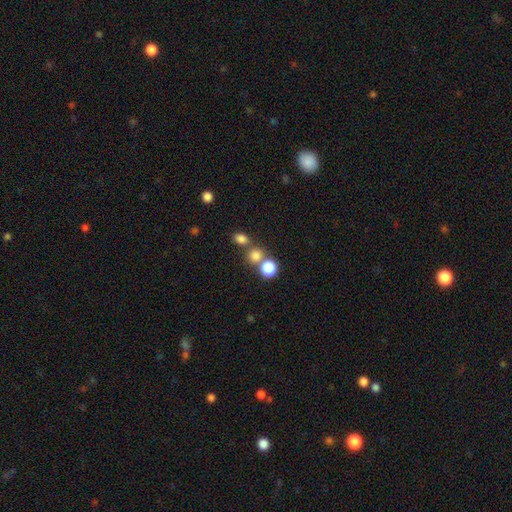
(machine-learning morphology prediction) Q: Smooth or featured?
A: smooth (78%); runner-up: star or artifact (15%)
Q: How rounded?
A: round (78%); runner-up: in between (21%)
Q: Merging?
A: none (58%); runner-up: merger (31%)